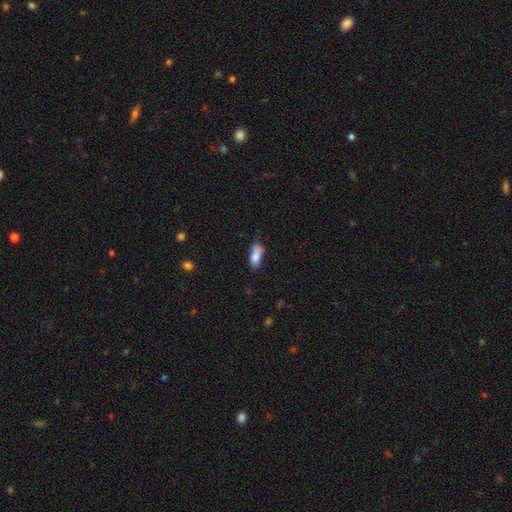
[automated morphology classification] Smooth or featured?
  - smooth: 84% *
  - featured or disk: 8%
  - star or artifact: 7%
How rounded?
  - in between: 79% *
  - cigar-shaped: 18%
  - round: 3%
Merging?
  - none: 59% *
  - minor disturbance: 30%
  - major disturbance: 7%
  - merger: 4%